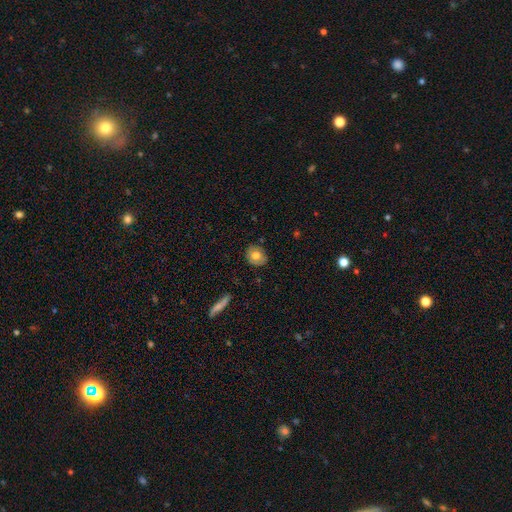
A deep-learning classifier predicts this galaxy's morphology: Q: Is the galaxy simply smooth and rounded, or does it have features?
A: smooth — 67%.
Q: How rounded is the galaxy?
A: round — 63%.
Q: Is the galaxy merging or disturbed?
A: none — 83%.